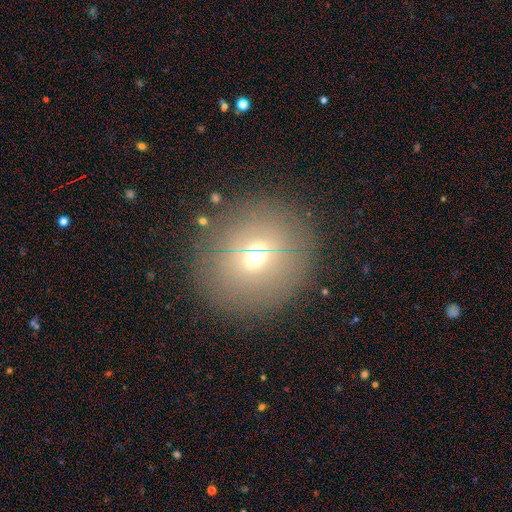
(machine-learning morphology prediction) Q: Smooth or featured?
A: smooth (53%); runner-up: featured or disk (26%)
Q: How rounded?
A: round (83%); runner-up: in between (15%)
Q: Merging?
A: none (83%); runner-up: minor disturbance (10%)